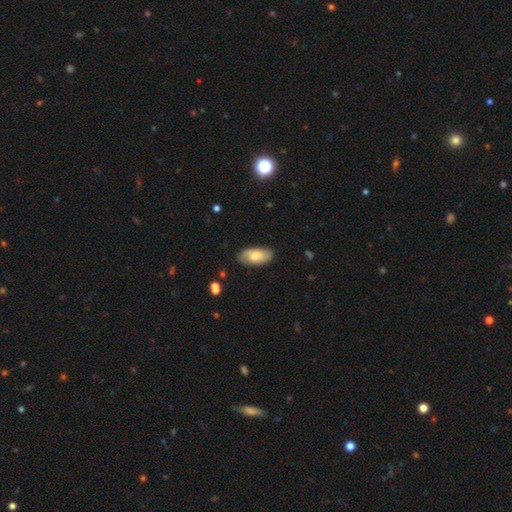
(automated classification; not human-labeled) A smooth galaxy with no disk features (62%) that is in between round and cigar-shaped (92%).

Vote fractions:
- Smooth or featured? smooth: 62% / featured or disk: 32% / star or artifact: 7%
- How rounded? in between: 92% / cigar-shaped: 5% / round: 3%
- Merging? none: 82% / minor disturbance: 14% / major disturbance: 3% / merger: 1%